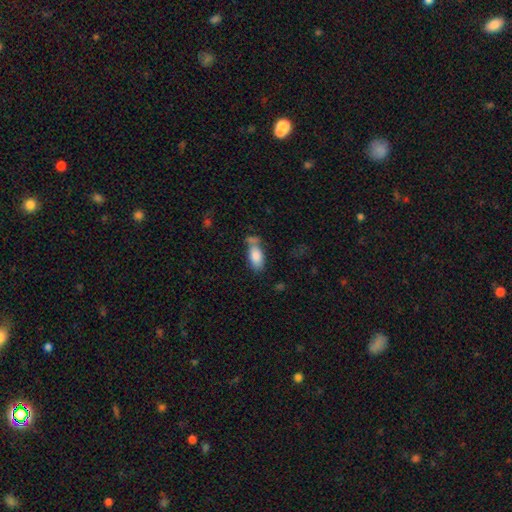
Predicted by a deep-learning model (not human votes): smooth-or-featured: smooth: 82% | featured or disk: 11% | star or artifact: 7%
  how-rounded: in between: 91% | cigar-shaped: 6% | round: 3%
  merging: none: 50% | minor disturbance: 21% | merger: 21% | major disturbance: 9%